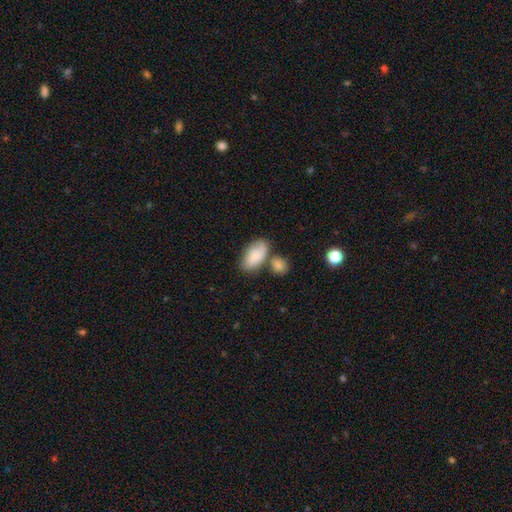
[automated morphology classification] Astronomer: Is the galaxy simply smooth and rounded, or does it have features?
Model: smooth — 71%.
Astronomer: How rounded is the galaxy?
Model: in between — 92%.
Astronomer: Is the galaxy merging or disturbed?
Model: none — 47% (runner-up: merger, 25%).